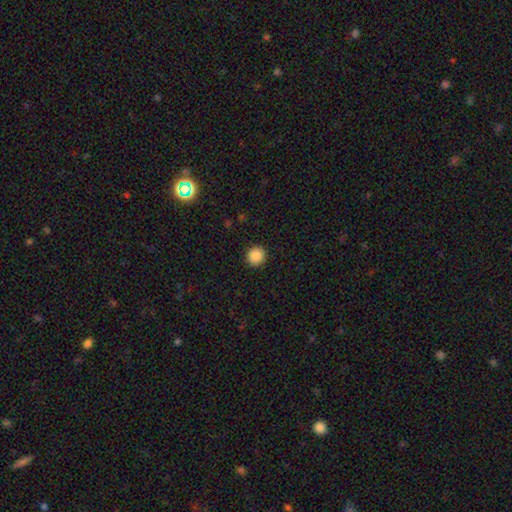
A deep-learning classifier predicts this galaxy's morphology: Smooth or featured? smooth (88%)
How rounded? round (94%)
Merging? none (92%)